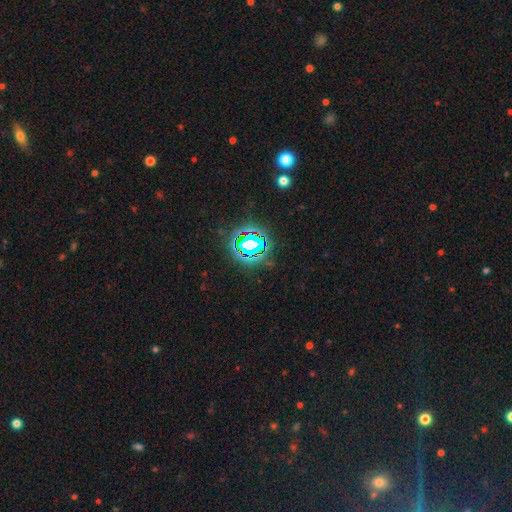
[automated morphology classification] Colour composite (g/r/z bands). It shows a star or artifact, not a galaxy (82%).